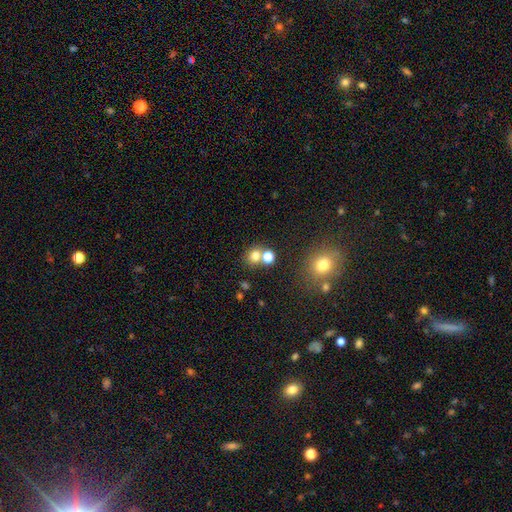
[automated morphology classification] Overall: smooth (74%). How rounded: round (79%). Merging: none (60%; merger 28%).